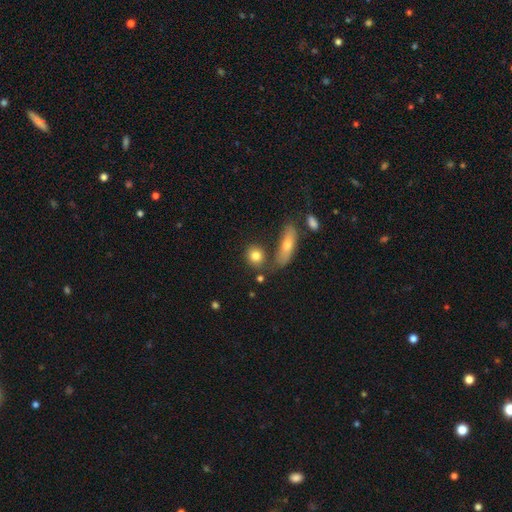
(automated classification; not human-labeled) Q: Smooth or featured?
A: smooth (79%); runner-up: featured or disk (12%)
Q: How rounded?
A: round (67%); runner-up: in between (28%)
Q: Merging?
A: none (65%); runner-up: merger (18%)